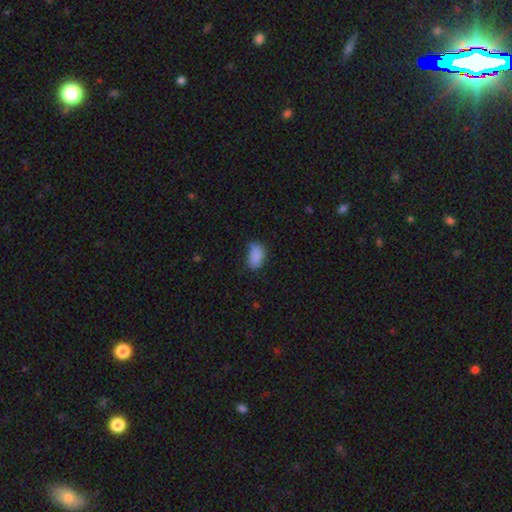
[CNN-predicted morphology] The model was most divided on "merging": none: 55%, minor disturbance: 34%, major disturbance: 9%, merger: 2%. More confident: how rounded — in between (90%); smooth or featured — smooth (86%).